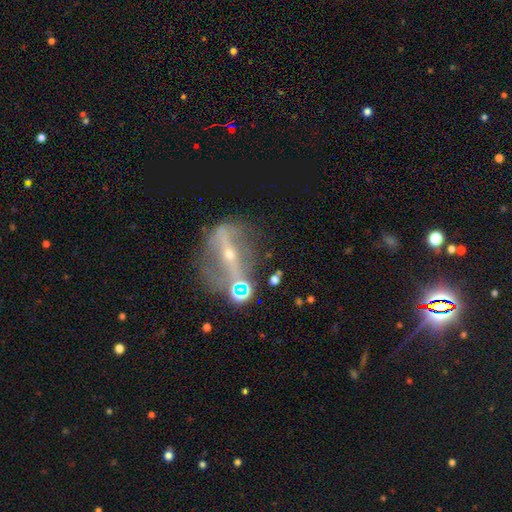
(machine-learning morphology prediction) Smooth or featured: featured or disk — 79% (star or artifact — 11%)
Edge-on disk: no — 74% (yes — 26%)
Bar: strong — 69% (weak — 16%)
Spiral arms: yes — 50% (tied with no — 50%)
Bulge size: small — 69% (moderate — 27%)
Merging: none — 51% (minor disturbance — 18%)